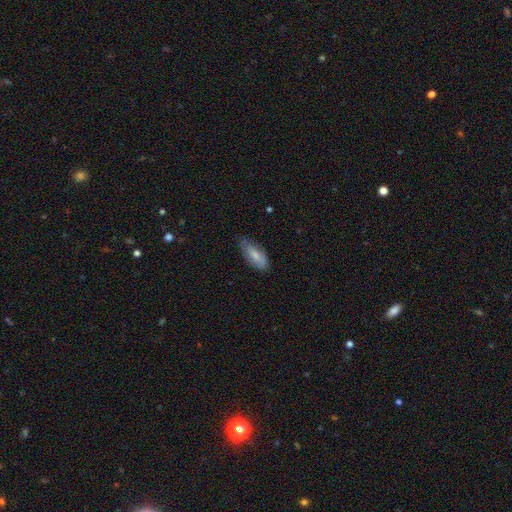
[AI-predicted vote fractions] This is likely a smooth galaxy (69%). How rounded: clearly in between (80%). Merging: likely none (67%).